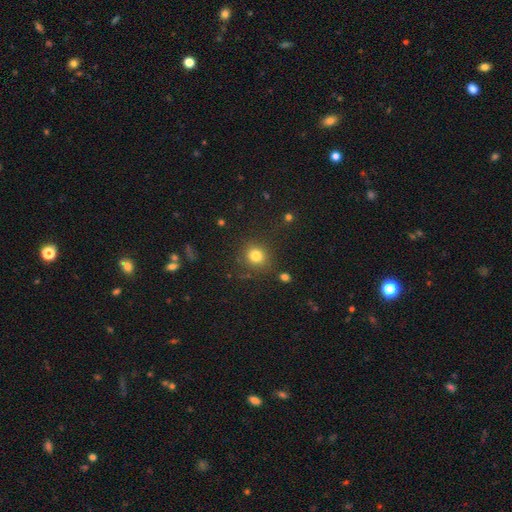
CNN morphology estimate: The model was most divided on "smooth or featured": smooth: 81%, star or artifact: 13%, featured or disk: 6%. More confident: how rounded — round (84%); merging — none (84%).